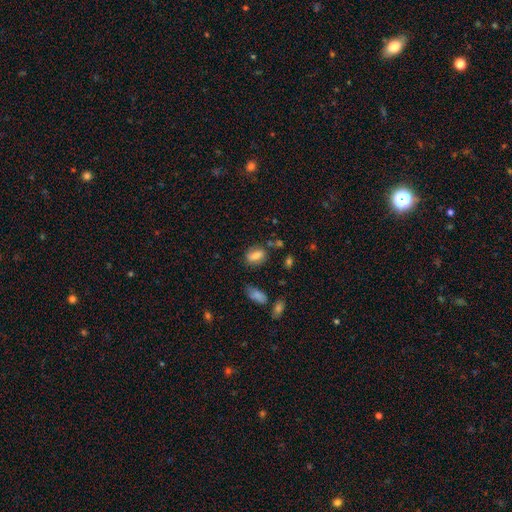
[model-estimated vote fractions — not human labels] A smooth galaxy with no disk features (74%) that is in between round and cigar-shaped (79%). Merging: none (70%).